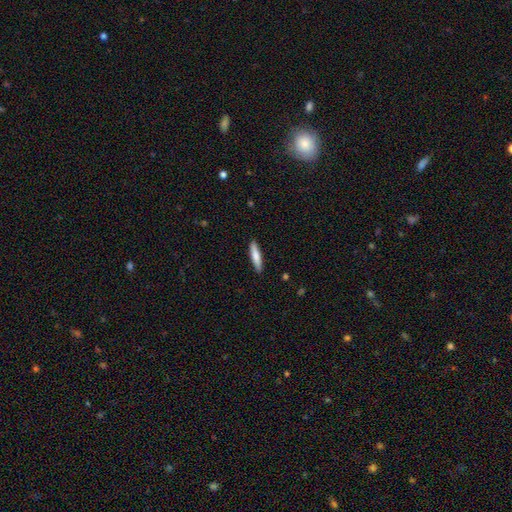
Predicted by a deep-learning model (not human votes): The model was most divided on "smooth or featured": smooth: 78%, featured or disk: 17%, star or artifact: 5%. More confident: merging — none (89%); how rounded — cigar-shaped (83%).